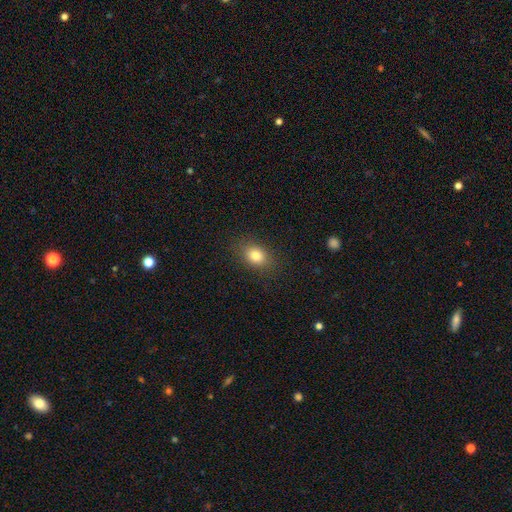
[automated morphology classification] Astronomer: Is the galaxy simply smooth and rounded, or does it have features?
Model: smooth — 82%.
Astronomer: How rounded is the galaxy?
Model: in between — 63%.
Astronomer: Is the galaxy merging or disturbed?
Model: none — 85%.